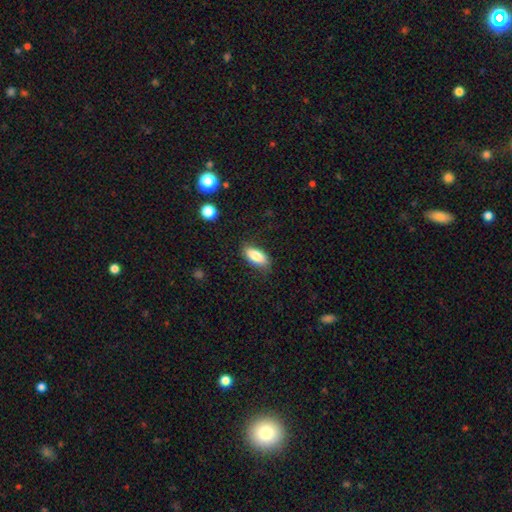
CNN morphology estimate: Smooth or featured? Predicted: smooth (p=0.83). How rounded? Predicted: in between (p=0.84). Merging? Predicted: none (p=0.81).